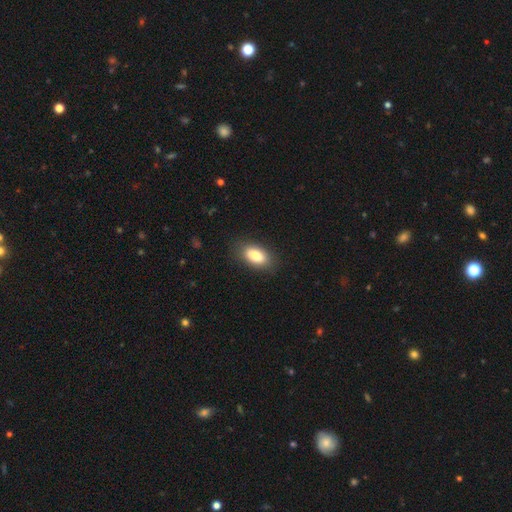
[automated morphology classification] A smooth galaxy with no disk features (86%) that is in between round and cigar-shaped (91%).

Vote fractions:
- Smooth or featured? smooth: 86% / featured or disk: 7% / star or artifact: 7%
- How rounded? in between: 91% / round: 5% / cigar-shaped: 5%
- Merging? none: 85% / minor disturbance: 11% / major disturbance: 3% / merger: 1%